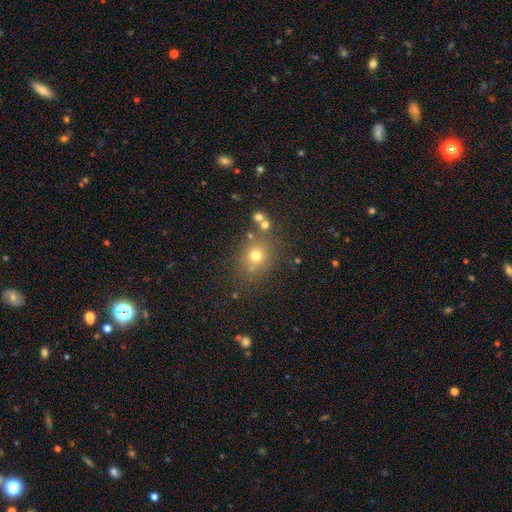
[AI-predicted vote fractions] Morphology: type=smooth (70%); roundness=round (74%); merging=none (73%).